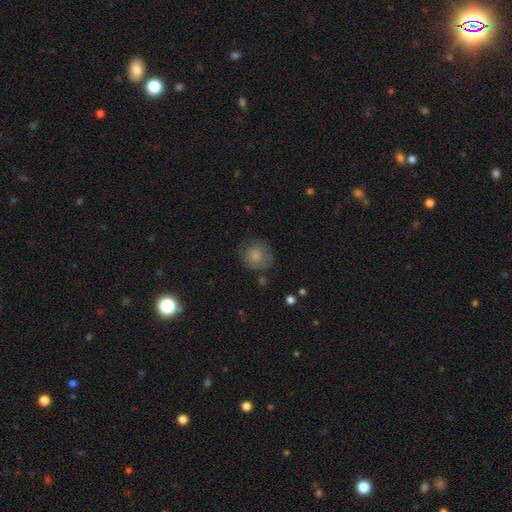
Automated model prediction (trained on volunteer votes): This is likely a smooth galaxy (72%). How rounded: likely round (79%). Merging: likely none (62%).